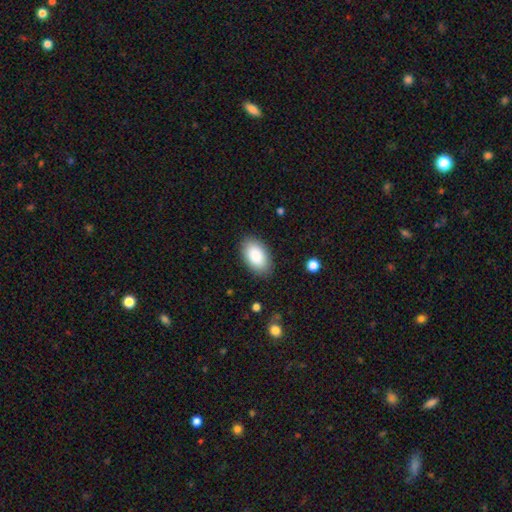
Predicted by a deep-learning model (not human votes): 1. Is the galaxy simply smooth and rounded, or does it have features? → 88% smooth, 6% featured or disk, 6% star or artifact.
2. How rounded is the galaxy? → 95% in between, 4% round, 1% cigar-shaped.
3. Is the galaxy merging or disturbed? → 87% none, 10% minor disturbance, 3% major disturbance, 1% merger.